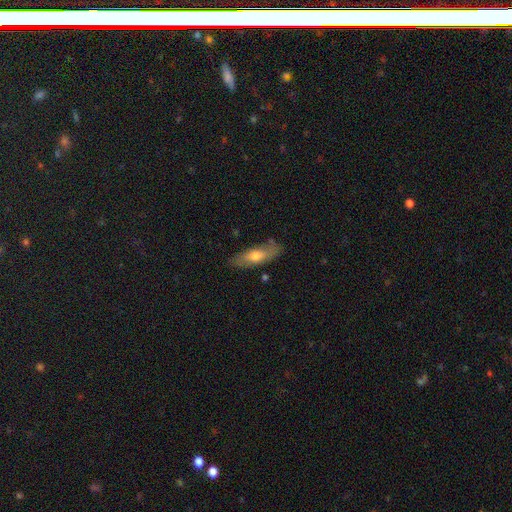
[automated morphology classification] Smooth or featured? Predicted: smooth (p=0.60). How rounded? Predicted: in between (p=0.60). Merging? Predicted: none (p=0.74).